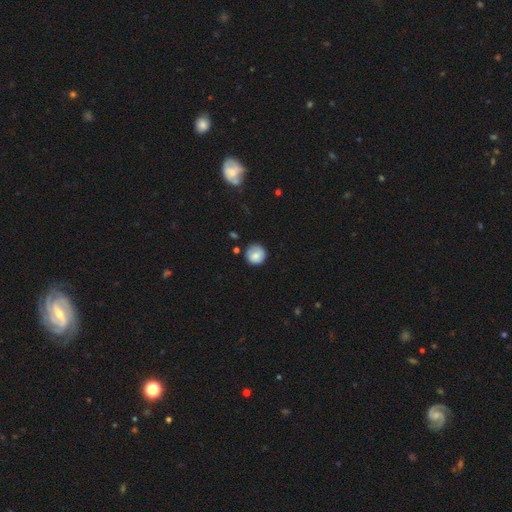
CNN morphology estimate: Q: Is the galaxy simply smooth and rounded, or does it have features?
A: smooth — 78%.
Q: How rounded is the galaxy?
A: round — 92%.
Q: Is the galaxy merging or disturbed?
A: none — 75%.